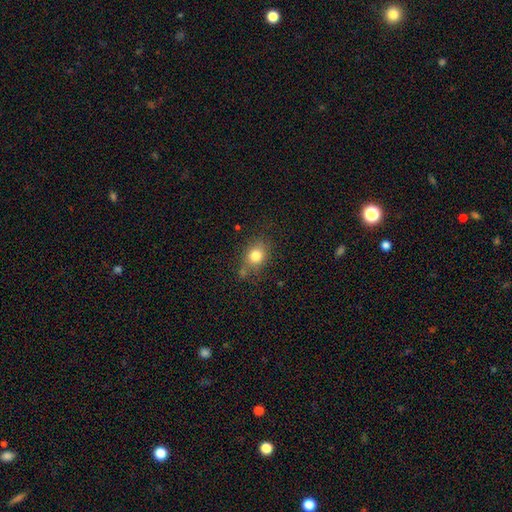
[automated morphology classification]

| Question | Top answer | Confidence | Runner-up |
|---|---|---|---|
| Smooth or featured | smooth | 81% | star or artifact (10%) |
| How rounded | round | 50% | in between (49%) |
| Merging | none | 67% | minor disturbance (21%) |